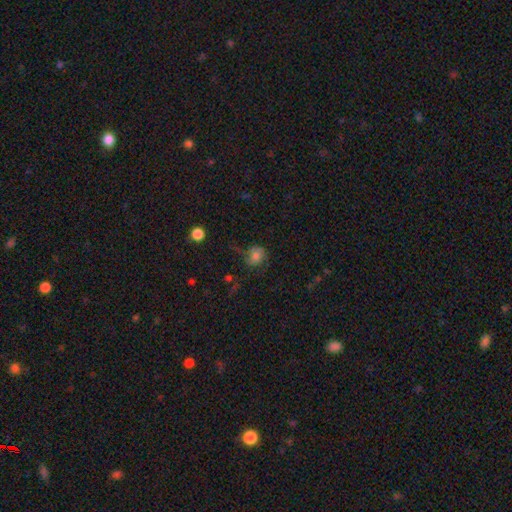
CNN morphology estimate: smooth-or-featured: smooth: 64% | featured or disk: 23% | star or artifact: 12%
  how-rounded: round: 70% | in between: 29% | cigar-shaped: 1%
  merging: none: 47% | minor disturbance: 26% | major disturbance: 23% | merger: 3%